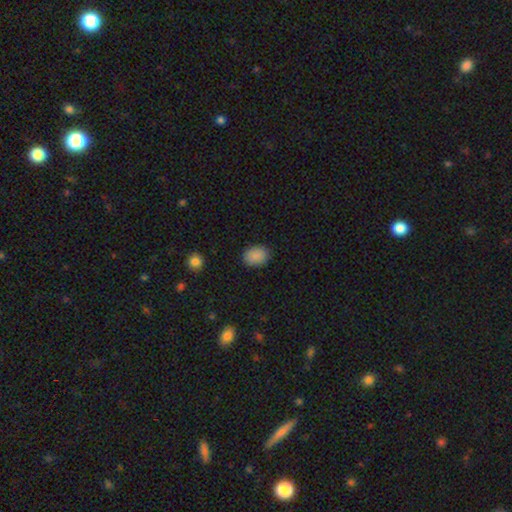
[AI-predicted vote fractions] This is clearly a smooth galaxy (89%). How rounded: likely in between (69%). Merging: clearly none (88%).